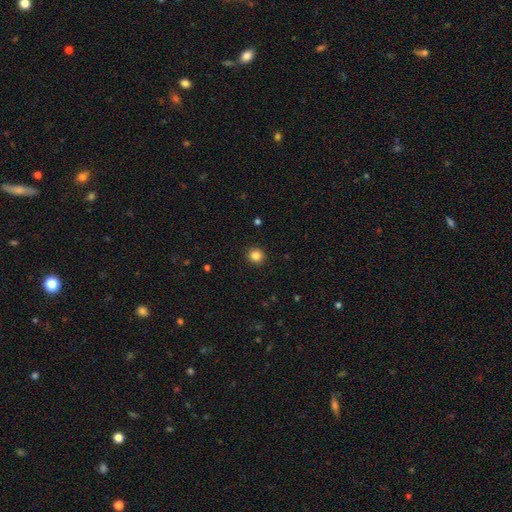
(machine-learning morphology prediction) This is clearly a smooth galaxy (84%). How rounded: clearly round (92%). Merging: clearly none (93%).